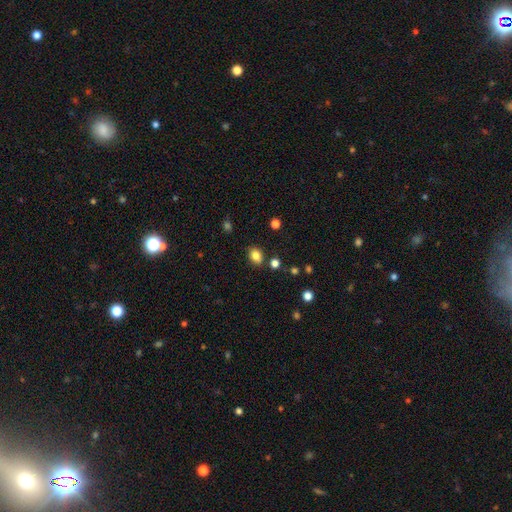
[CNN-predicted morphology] type=smooth (82%); roundness=in between (58%); merging=none (81%).